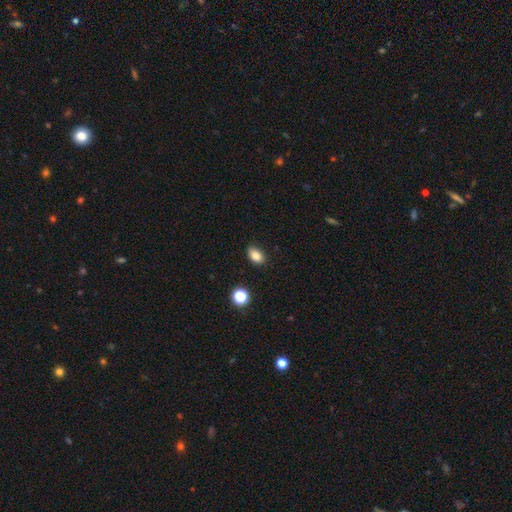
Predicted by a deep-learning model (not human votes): smooth_or_featured: smooth (p=0.84) [alt: star or artifact p=0.11]
how_rounded: in between (p=0.84) [alt: round p=0.14]
merging: none (p=0.84) [alt: minor disturbance p=0.12]